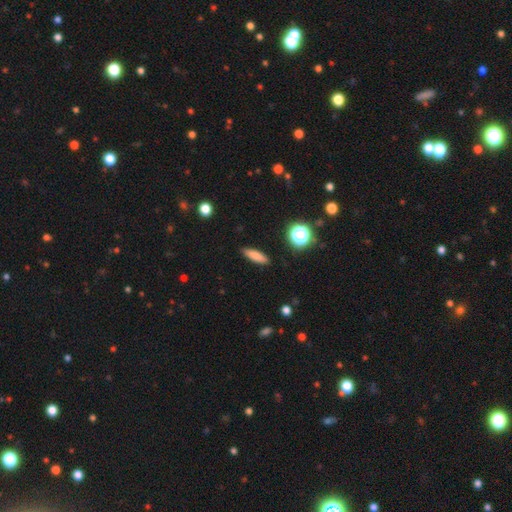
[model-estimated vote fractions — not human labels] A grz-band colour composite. It shows a smooth galaxy with no disk features (81%) that is cigar-shaped (62%). Merging: none (89%).